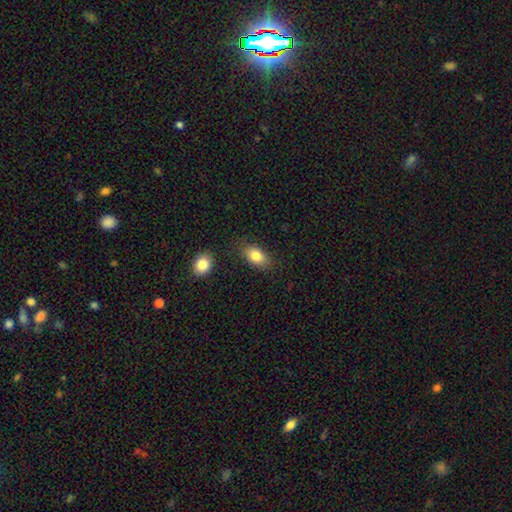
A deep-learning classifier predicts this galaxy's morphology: type=smooth (84%); roundness=in between (87%); merging=none (79%).